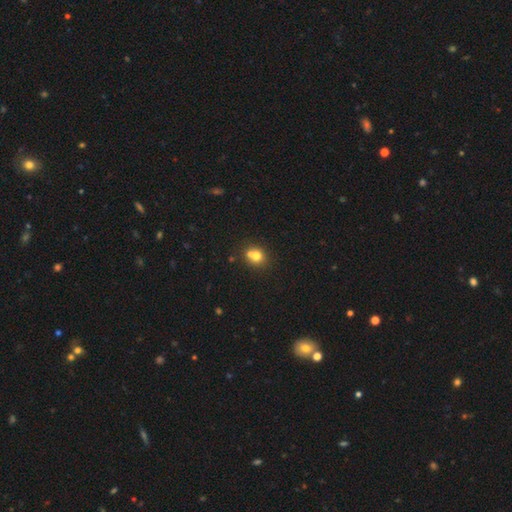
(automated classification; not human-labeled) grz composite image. It shows a smooth galaxy with no disk features (73%) that is round (78%). Merging: none (48%).